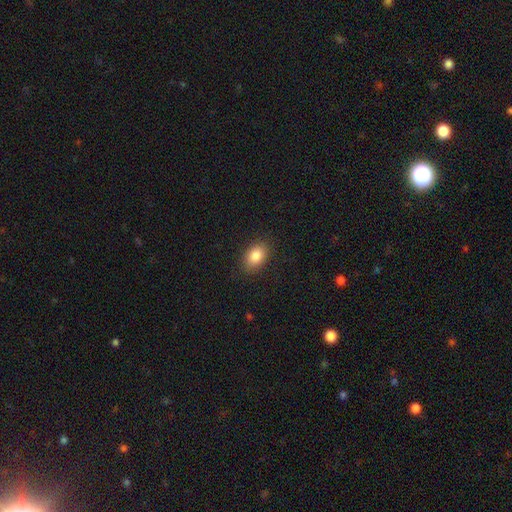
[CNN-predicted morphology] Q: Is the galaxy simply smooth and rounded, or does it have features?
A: smooth — 85%.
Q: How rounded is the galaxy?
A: in between — 84%.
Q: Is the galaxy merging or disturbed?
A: none — 88%.